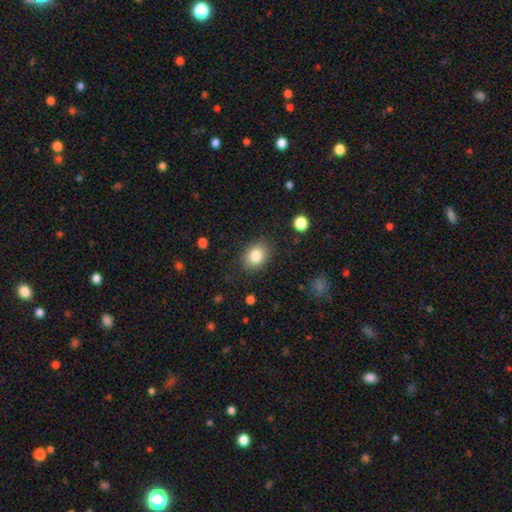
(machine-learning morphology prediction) Smooth or featured?
  - smooth: 83% *
  - star or artifact: 9%
  - featured or disk: 8%
How rounded?
  - in between: 53% *
  - round: 46%
  - cigar-shaped: 1%
Merging?
  - none: 85% *
  - minor disturbance: 11%
  - major disturbance: 3%
  - merger: 1%